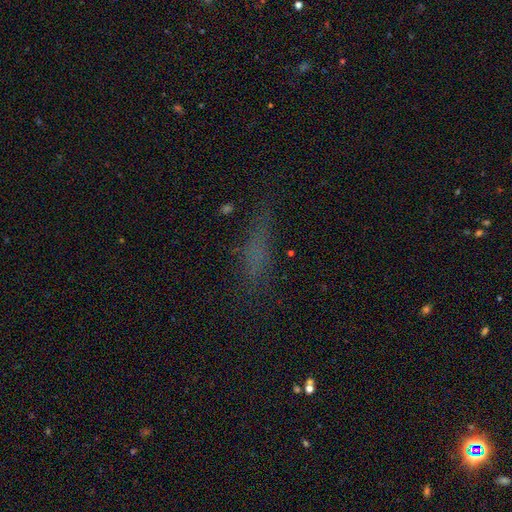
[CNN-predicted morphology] smooth_or_featured: smooth (p=0.52) [alt: star or artifact p=0.26]
how_rounded: cigar-shaped (p=0.72) [alt: in between p=0.24]
merging: none (p=0.70) [alt: minor disturbance p=0.19]